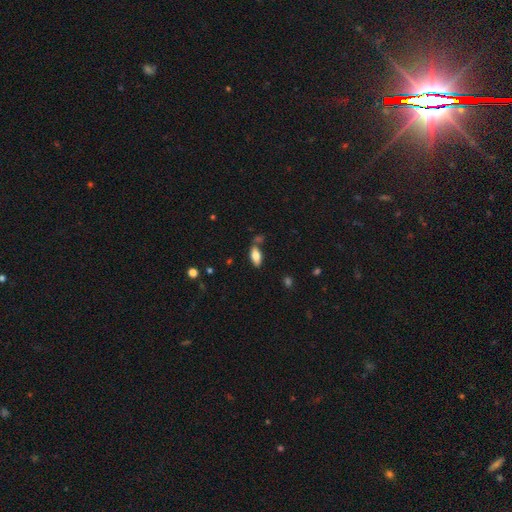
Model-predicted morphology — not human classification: This is likely a smooth galaxy (74%). How rounded: clearly in between (87%). Merging: likely none (72%).